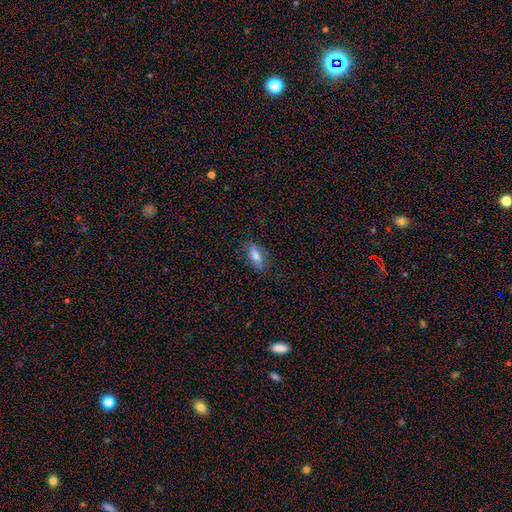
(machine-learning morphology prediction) This appears to be a smooth galaxy with no disk features (68%) that is in between round and cigar-shaped (73%). Merging: none (82%).